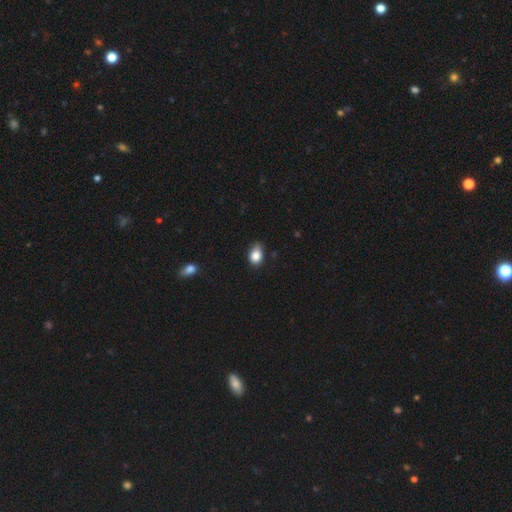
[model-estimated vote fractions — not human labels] Morphology: type=smooth (85%); roundness=in between (74%); merging=none (60%).